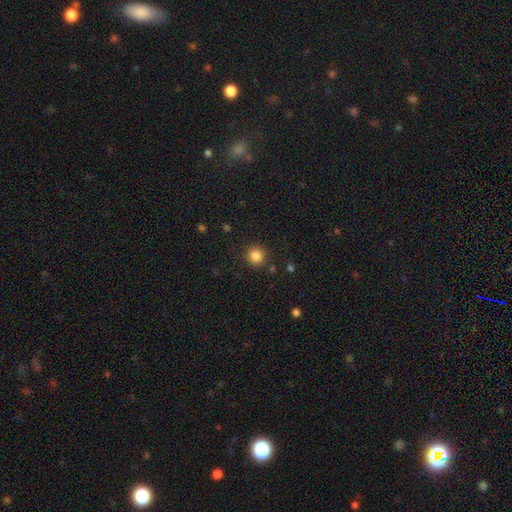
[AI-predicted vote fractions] Morphology: type=smooth (85%); roundness=round (93%); merging=none (90%).